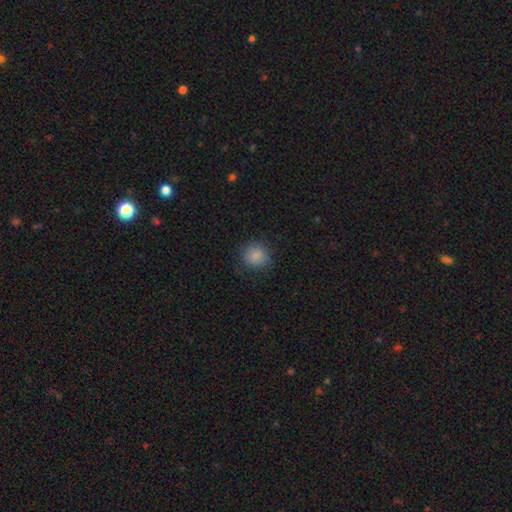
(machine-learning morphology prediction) type=smooth (86%); roundness=round (87%); merging=none (83%).